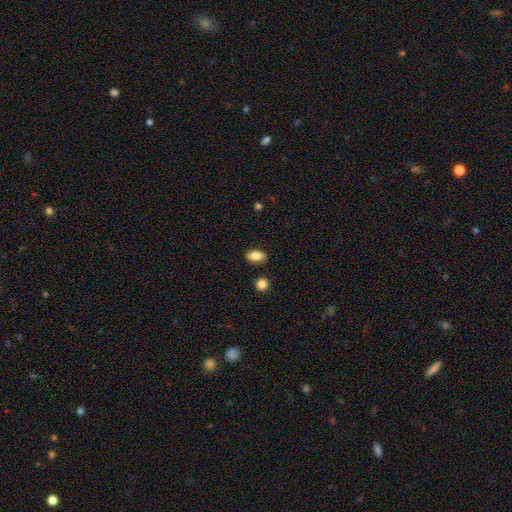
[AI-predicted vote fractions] This appears to be a smooth galaxy with no disk features (82%) that is in between round and cigar-shaped (89%). Merging: none (86%).